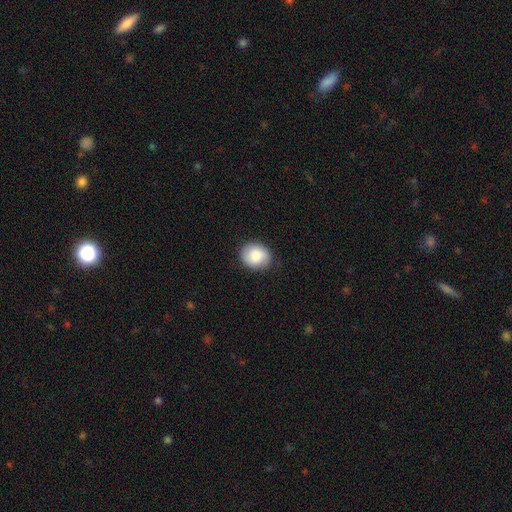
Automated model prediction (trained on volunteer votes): smooth-or-featured: smooth: 82% | featured or disk: 10% | star or artifact: 7%
  how-rounded: round: 64% | in between: 35% | cigar-shaped: 1%
  merging: none: 86% | minor disturbance: 11% | major disturbance: 2% | merger: 1%